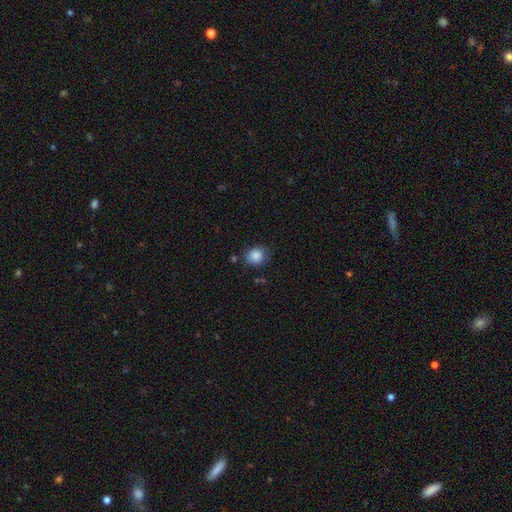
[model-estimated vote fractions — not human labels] This appears to be a smooth galaxy with no disk features (87%) that is round (75%). Merging: none (75%).